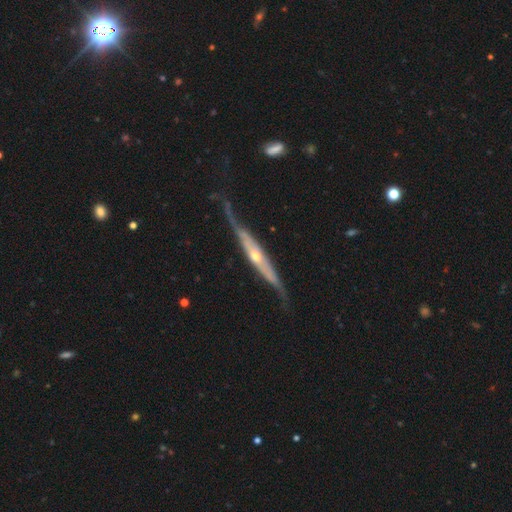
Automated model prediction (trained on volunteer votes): Smooth or featured? Predicted: featured or disk (p=0.82). Edge-on disk? Predicted: yes (p=0.80). Edge-on bulge? Predicted: rounded (p=0.76). Merging? Predicted: none (p=0.57).